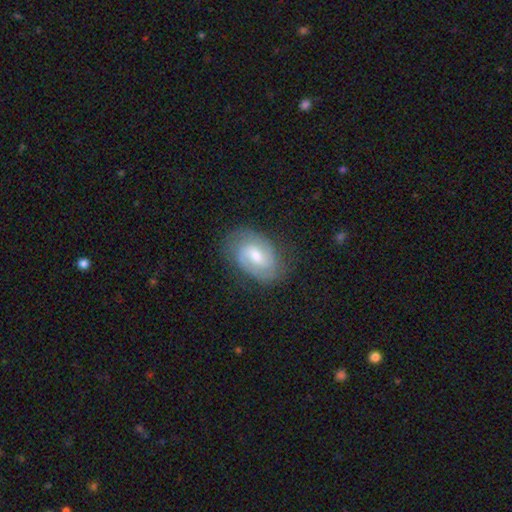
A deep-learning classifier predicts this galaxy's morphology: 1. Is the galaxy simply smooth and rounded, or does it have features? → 71% featured or disk, 22% smooth, 6% star or artifact.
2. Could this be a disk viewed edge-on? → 96% no, 4% yes.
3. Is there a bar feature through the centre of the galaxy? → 55% weak, 30% no, 15% strong.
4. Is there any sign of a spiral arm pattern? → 91% yes, 9% no.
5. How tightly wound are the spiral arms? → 44% medium, 41% tight, 16% loose.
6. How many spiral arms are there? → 77% 2, 13% can't tell, 4% 3, 4% 1, 1% 4, 1% more than 4.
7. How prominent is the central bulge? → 58% moderate, 36% small, 4% large, 1% none, 1% dominant.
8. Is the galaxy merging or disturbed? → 77% none, 16% minor disturbance, 6% major disturbance, 1% merger.